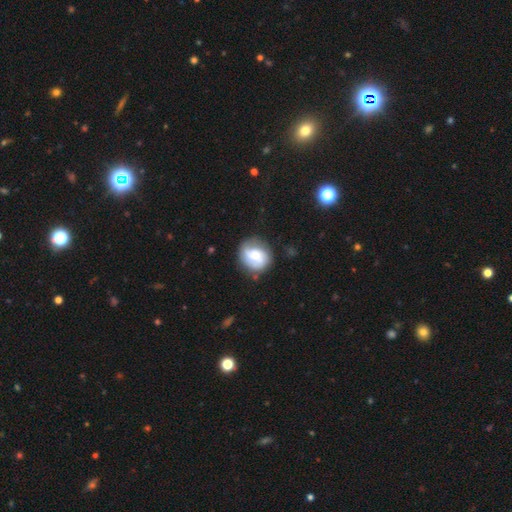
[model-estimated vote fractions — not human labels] featured or disk 52%, smooth 41%, star or artifact 7%. Down the decision tree: edge-on disk — no (97%); bar — no (58%); spiral arms — yes (75%); bulge size — moderate (55%); merging — none (69%).